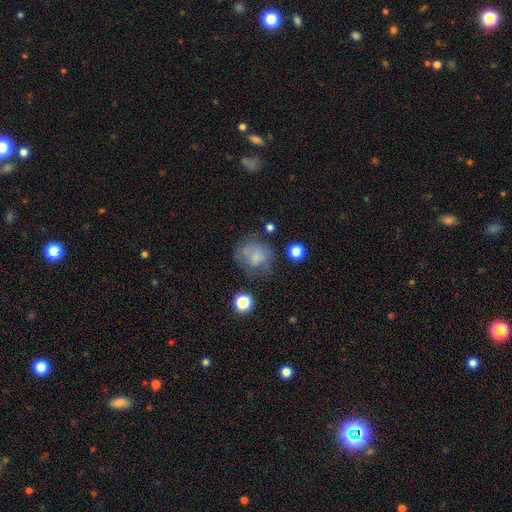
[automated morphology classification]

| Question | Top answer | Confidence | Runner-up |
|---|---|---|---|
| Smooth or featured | smooth | 62% | featured or disk (25%) |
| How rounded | round | 69% | in between (30%) |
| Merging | none | 46% | minor disturbance (25%) |